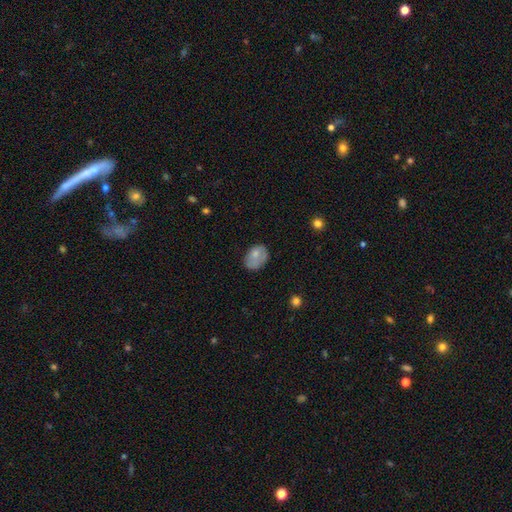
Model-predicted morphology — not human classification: smooth-or-featured: smooth: 71% | featured or disk: 21% | star or artifact: 8%
  how-rounded: in between: 73% | round: 26% | cigar-shaped: 1%
  merging: none: 50% | minor disturbance: 32% | major disturbance: 15% | merger: 3%